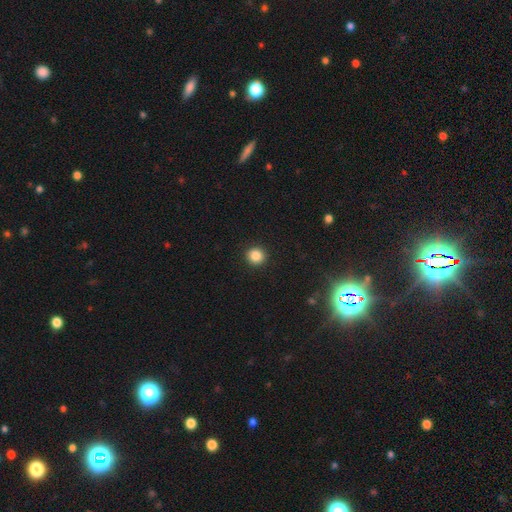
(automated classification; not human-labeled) The model was most divided on "smooth or featured": smooth: 85%, star or artifact: 11%, featured or disk: 4%. More confident: how rounded — round (93%); merging — none (93%).